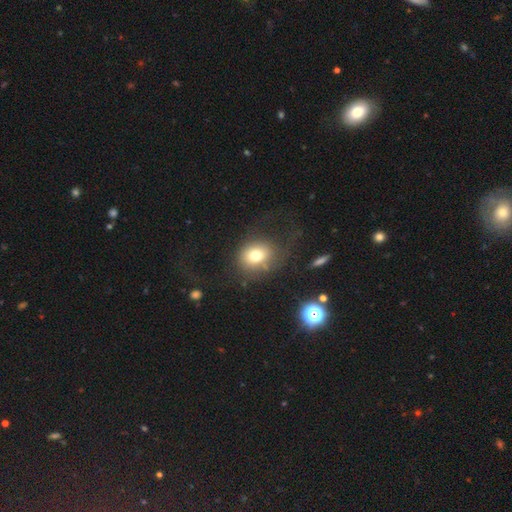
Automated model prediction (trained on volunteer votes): Morphology: type=smooth (73%); roundness=round (57%); merging=none (62%).